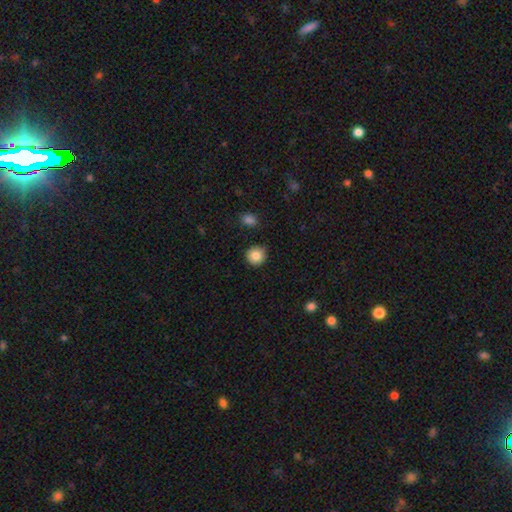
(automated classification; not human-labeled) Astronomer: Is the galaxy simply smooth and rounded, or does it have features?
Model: smooth — 85%.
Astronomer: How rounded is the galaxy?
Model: round — 92%.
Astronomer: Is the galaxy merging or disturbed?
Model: none — 88%.